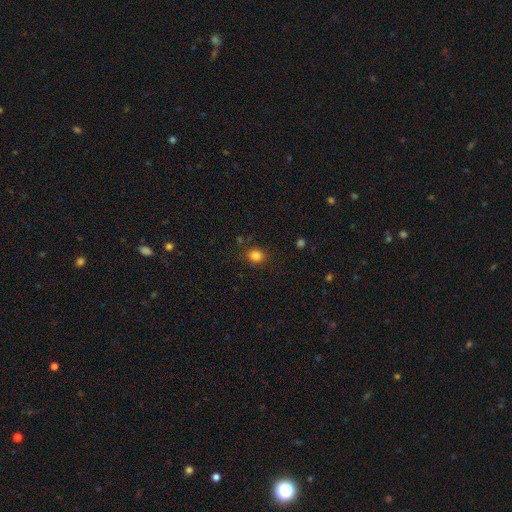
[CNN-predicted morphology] The model was most divided on "how rounded": round: 75%, in between: 25%, cigar-shaped: 1%. More confident: merging — none (86%); smooth or featured — smooth (83%).